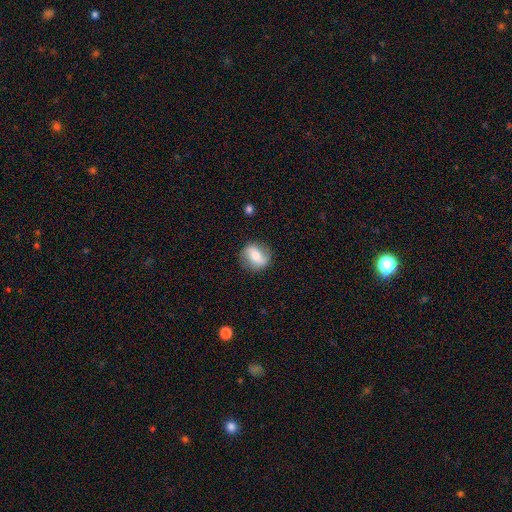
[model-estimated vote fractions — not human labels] This is possibly a smooth galaxy (50%). How rounded: likely round (64%). Merging: clearly none (80%).